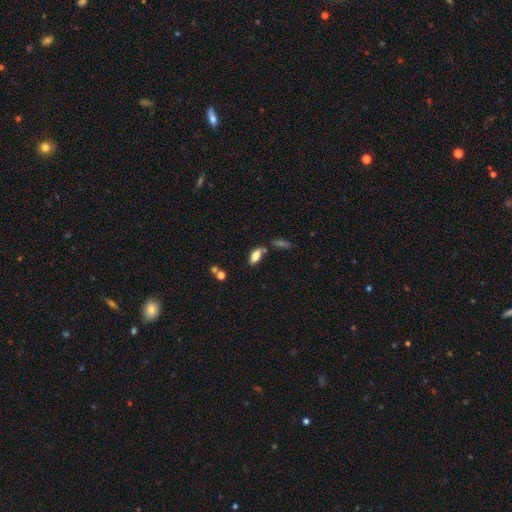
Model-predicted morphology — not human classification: smooth_or_featured: smooth (p=0.71) [alt: featured or disk p=0.20]
how_rounded: in between (p=0.84) [alt: cigar-shaped p=0.12]
merging: none (p=0.57) [alt: merger p=0.19]